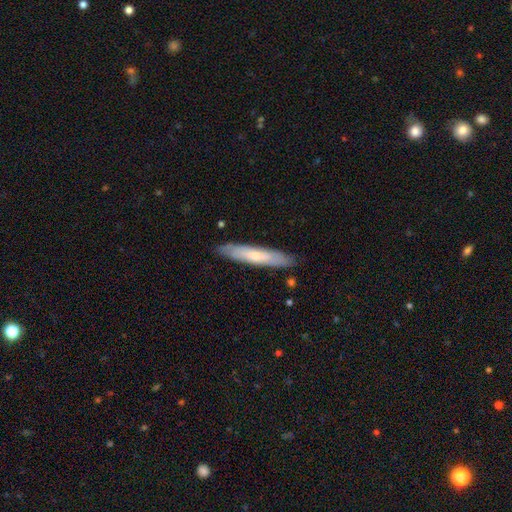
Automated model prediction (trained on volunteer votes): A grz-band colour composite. It shows a smooth galaxy with no disk features (60%) that is cigar-shaped (89%). Merging: none (86%).